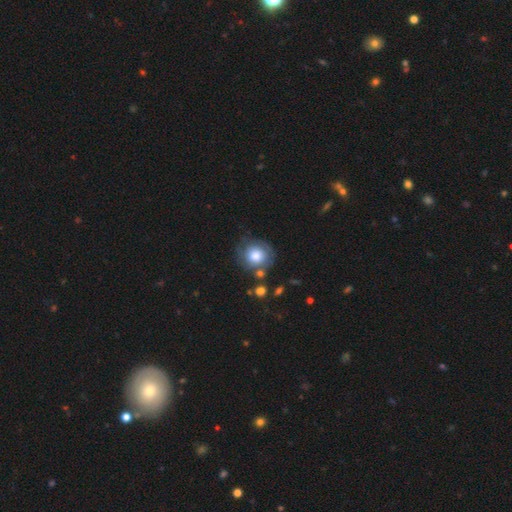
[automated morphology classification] Smooth or featured? Predicted: smooth (p=0.59). How rounded? Predicted: round (p=0.87). Merging? Predicted: none (p=0.65).